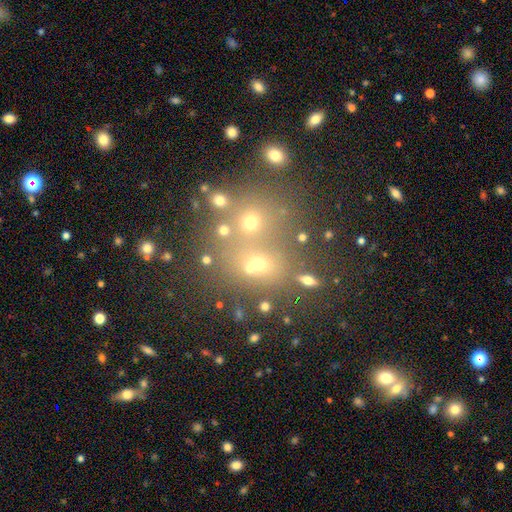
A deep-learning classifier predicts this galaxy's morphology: This is marginally a smooth galaxy (43%). Merging: possibly none (50%).